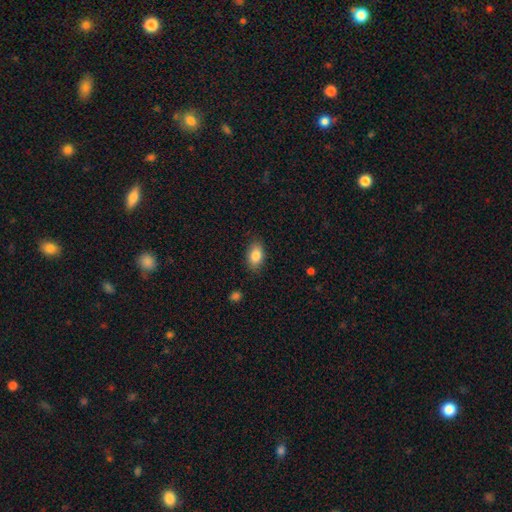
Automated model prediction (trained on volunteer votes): A smooth galaxy with no disk features (84%) that is in between round and cigar-shaped (89%). Merging: none (85%).